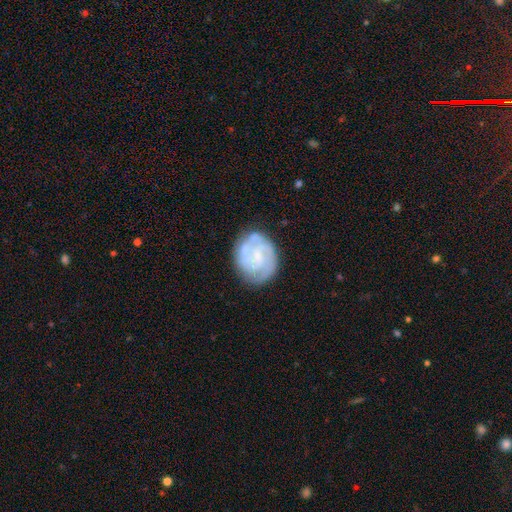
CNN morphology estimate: featured or disk 80%, smooth 15%, star or artifact 5%. Down the decision tree: edge-on disk — no (98%); bar — no (51%); spiral arms — yes (94%); spiral arm count — 2 (37%); spiral winding — tight (55%); bulge size — small (59%); merging — none (76%).